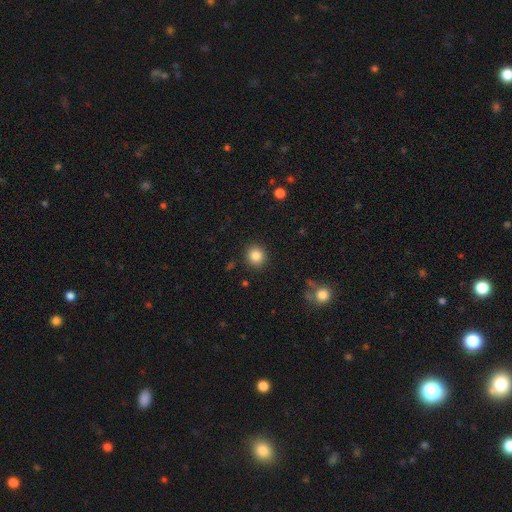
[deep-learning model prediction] This appears to be a smooth galaxy with no disk features (85%) that is round (90%). Merging: none (91%).